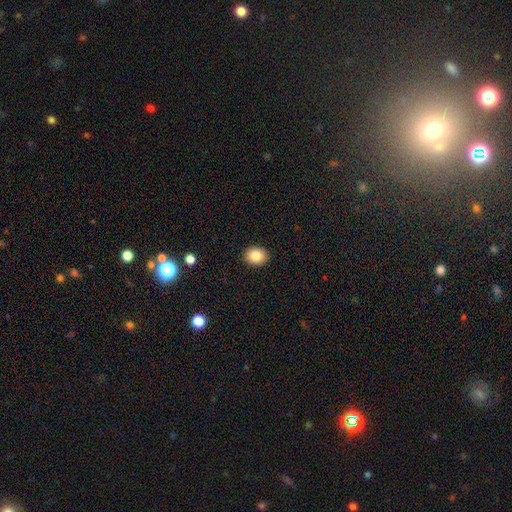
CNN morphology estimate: smooth-or-featured: smooth: 84% | star or artifact: 9% | featured or disk: 7%
  how-rounded: round: 51% | in between: 48% | cigar-shaped: 1%
  merging: none: 91% | minor disturbance: 6% | major disturbance: 2% | merger: 1%